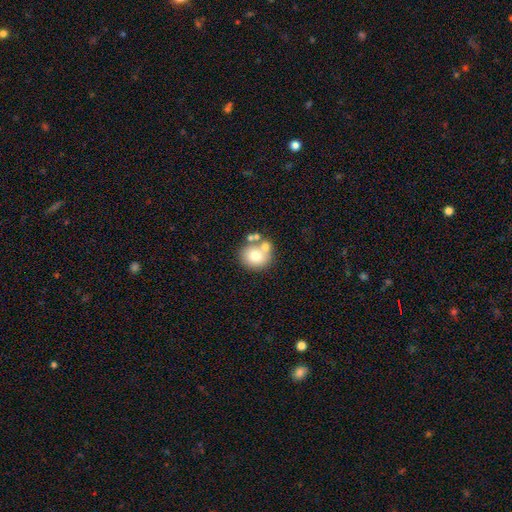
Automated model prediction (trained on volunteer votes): smooth-or-featured: smooth: 70% | featured or disk: 20% | star or artifact: 10%
  how-rounded: round: 84% | in between: 15% | cigar-shaped: 1%
  merging: none: 55% | merger: 29% | minor disturbance: 12% | major disturbance: 4%